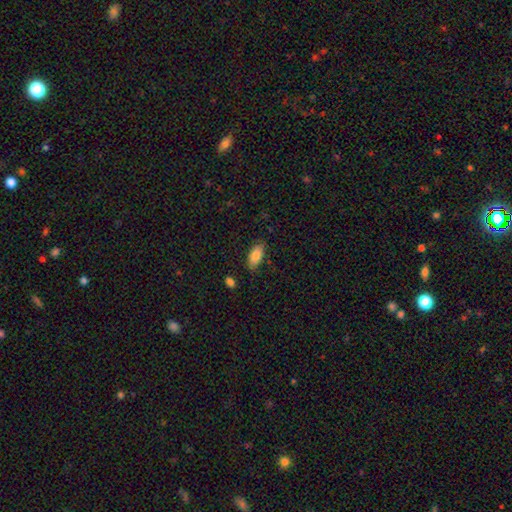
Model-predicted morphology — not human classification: smooth-or-featured: smooth: 82% | featured or disk: 10% | star or artifact: 7%
  how-rounded: in between: 87% | cigar-shaped: 10% | round: 2%
  merging: none: 82% | minor disturbance: 14% | major disturbance: 3% | merger: 2%